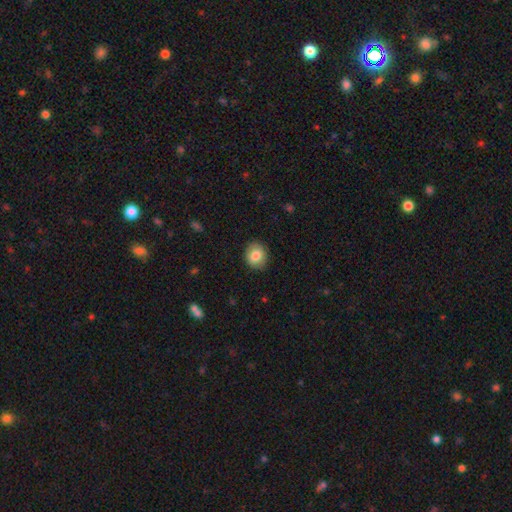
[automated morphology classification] The model was most divided on "how rounded": round: 75%, in between: 24%, cigar-shaped: 1%. More confident: merging — none (89%); smooth or featured — smooth (84%).